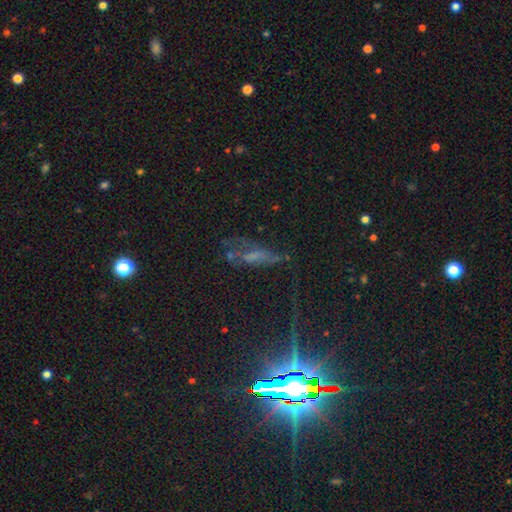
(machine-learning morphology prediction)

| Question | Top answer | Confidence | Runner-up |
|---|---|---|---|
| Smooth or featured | featured or disk | 35% | smooth (34%) |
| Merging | none | 43% | major disturbance (27%) |